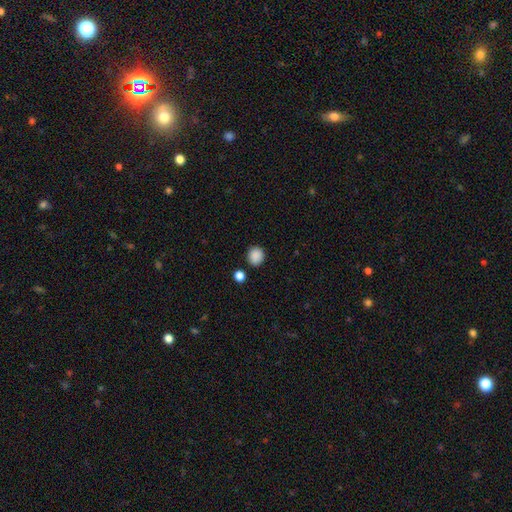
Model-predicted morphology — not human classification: Smooth or featured?
  - smooth: 87% *
  - star or artifact: 9%
  - featured or disk: 3%
How rounded?
  - round: 84% *
  - in between: 16%
  - cigar-shaped: 1%
Merging?
  - none: 84% *
  - minor disturbance: 9%
  - merger: 4%
  - major disturbance: 3%